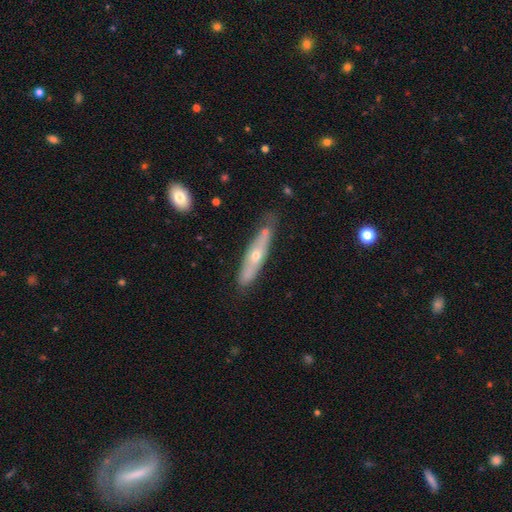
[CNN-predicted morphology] A featured or disk galaxy (53%) viewed edge-on (68%).

Vote fractions:
- Smooth or featured? featured or disk: 53% / smooth: 41% / star or artifact: 6%
- Edge-on disk? yes: 68% / no: 32%
- Merging? none: 67% / minor disturbance: 23% / merger: 5% / major disturbance: 5%